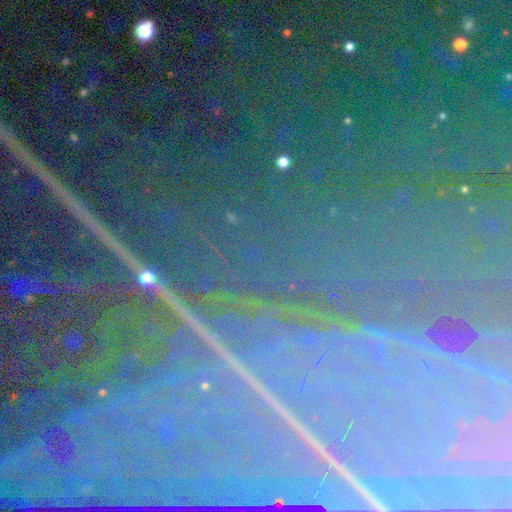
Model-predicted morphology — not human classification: This appears to be a star or artifact, not a galaxy (86%).